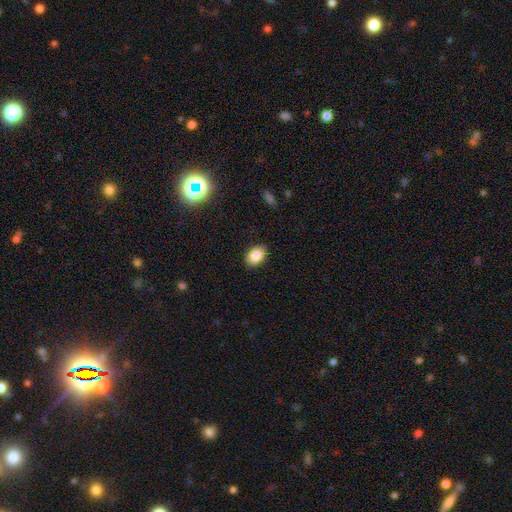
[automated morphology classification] smooth_or_featured: smooth (p=0.85) [alt: star or artifact p=0.08]
how_rounded: in between (p=0.83) [alt: round p=0.16]
merging: none (p=0.89) [alt: minor disturbance p=0.08]